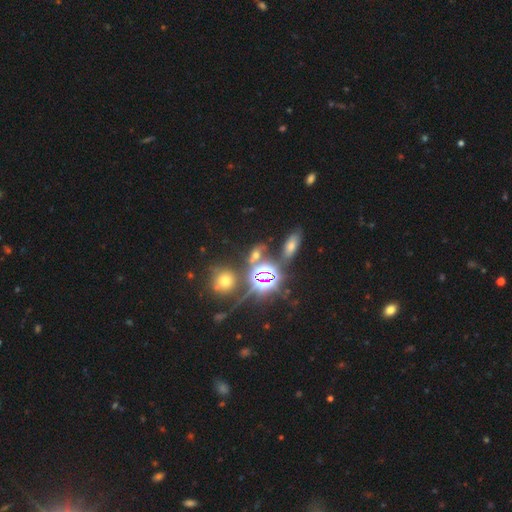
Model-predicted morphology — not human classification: This is possibly a star or artifact rather than a galaxy (56%).